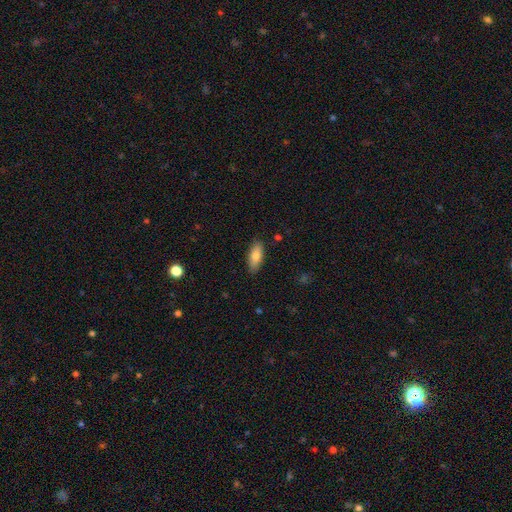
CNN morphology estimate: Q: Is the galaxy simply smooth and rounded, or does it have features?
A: smooth — 77%.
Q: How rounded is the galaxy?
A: in between — 75%.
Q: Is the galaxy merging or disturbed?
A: none — 87%.